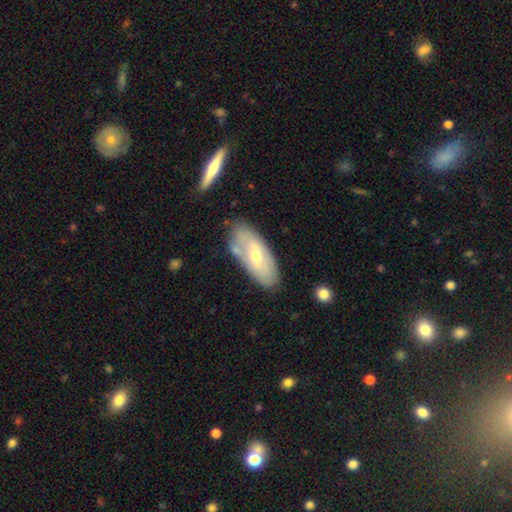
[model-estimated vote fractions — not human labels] featured or disk 51%, smooth 43%, star or artifact 6%. Down the decision tree: edge-on disk — no (81%); merging — none (70%).